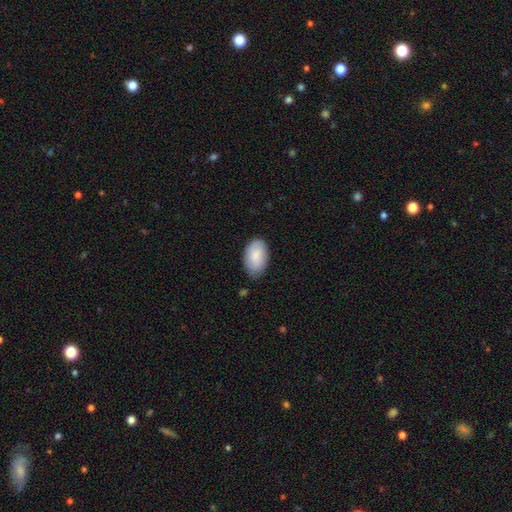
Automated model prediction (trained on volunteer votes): This appears to be a smooth galaxy with no disk features (81%) that is in between round and cigar-shaped (94%). Merging: none (77%).